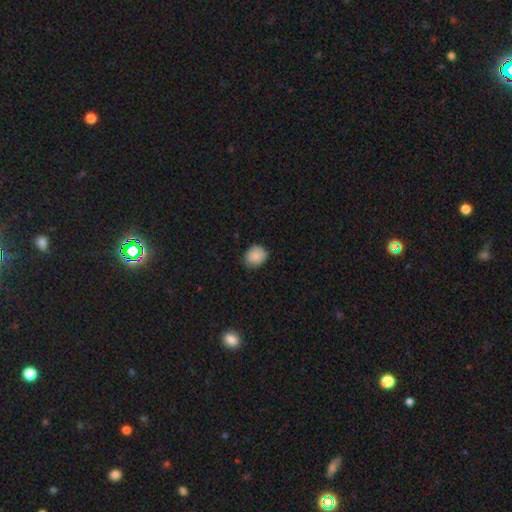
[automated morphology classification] The model was most divided on "how rounded": round: 69%, in between: 31%, cigar-shaped: 1%. More confident: smooth or featured — smooth (87%); merging — none (78%).